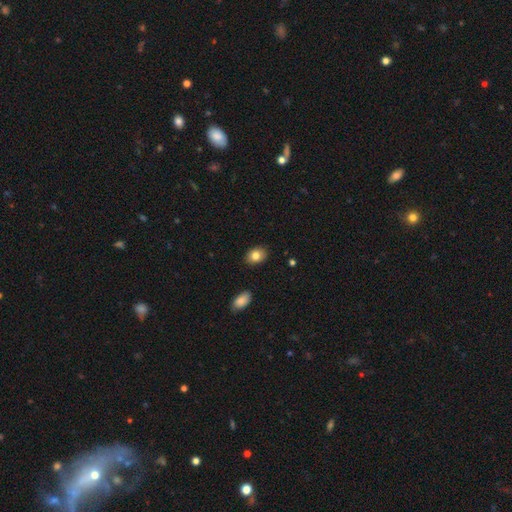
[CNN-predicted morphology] Overall: smooth (82%). How rounded: in between (73%). Merging: none (87%).